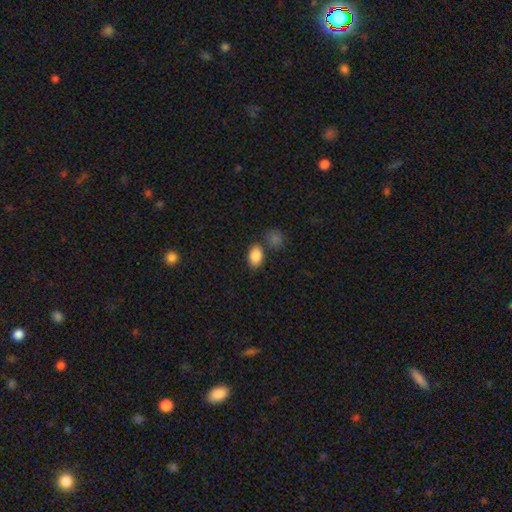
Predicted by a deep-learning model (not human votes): This appears to be a smooth galaxy with no disk features (86%) that is in between round and cigar-shaped (87%). Merging: none (70%).